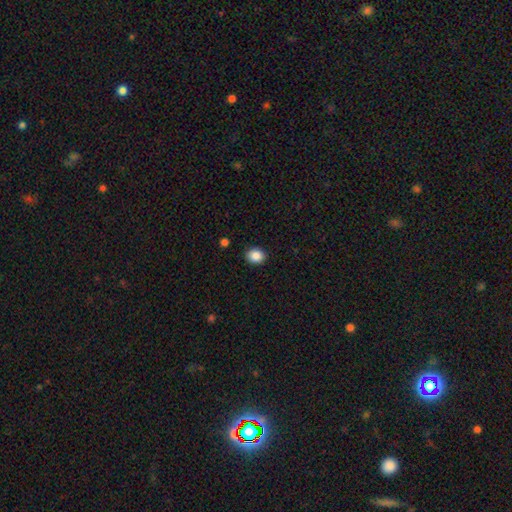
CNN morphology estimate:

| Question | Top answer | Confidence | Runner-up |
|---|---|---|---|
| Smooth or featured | smooth | 88% | star or artifact (9%) |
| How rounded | round | 57% | in between (42%) |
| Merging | none | 90% | minor disturbance (7%) |